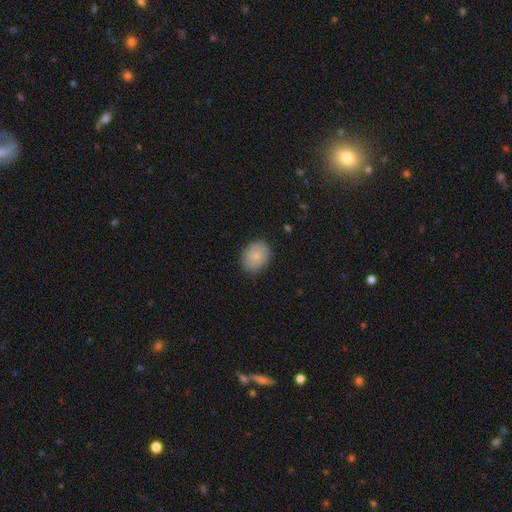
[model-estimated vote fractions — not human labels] smooth-or-featured: smooth: 69% | featured or disk: 24% | star or artifact: 7%
  how-rounded: in between: 52% | round: 47% | cigar-shaped: 1%
  merging: none: 82% | minor disturbance: 14% | major disturbance: 3% | merger: 1%